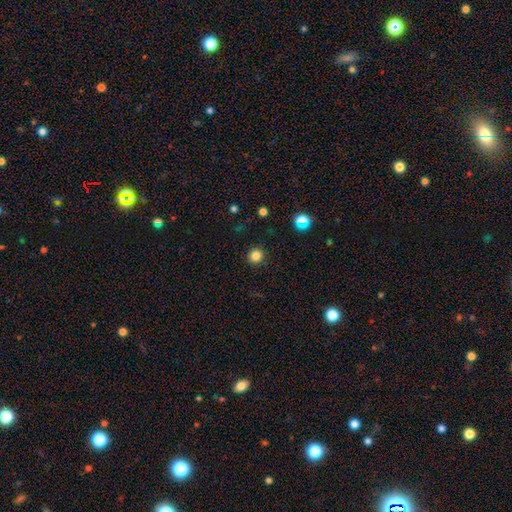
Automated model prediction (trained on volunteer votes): Overall: smooth (82%). How rounded: round (91%). Merging: none (91%).